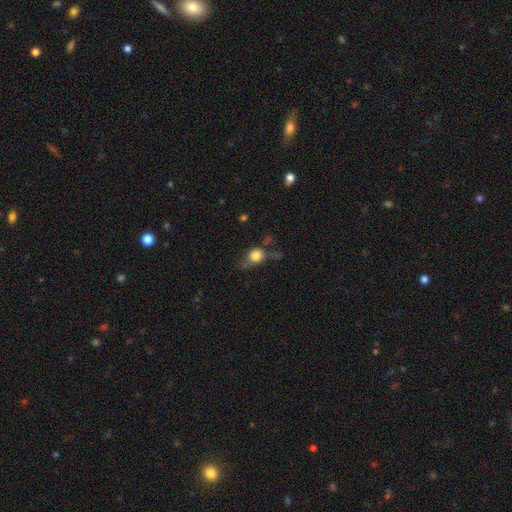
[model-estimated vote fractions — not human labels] A smooth galaxy with no disk features (69%) that is round (59%). Merging: none (40%).